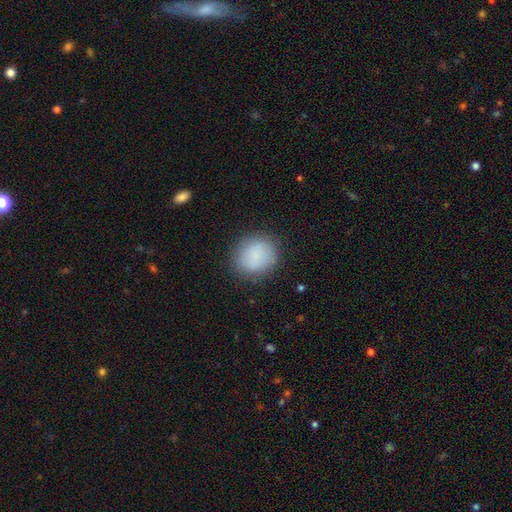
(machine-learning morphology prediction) Smooth or featured?
  - smooth: 85% *
  - star or artifact: 8%
  - featured or disk: 8%
How rounded?
  - round: 76% *
  - in between: 23%
  - cigar-shaped: 1%
Merging?
  - none: 83% *
  - minor disturbance: 12%
  - major disturbance: 4%
  - merger: 1%